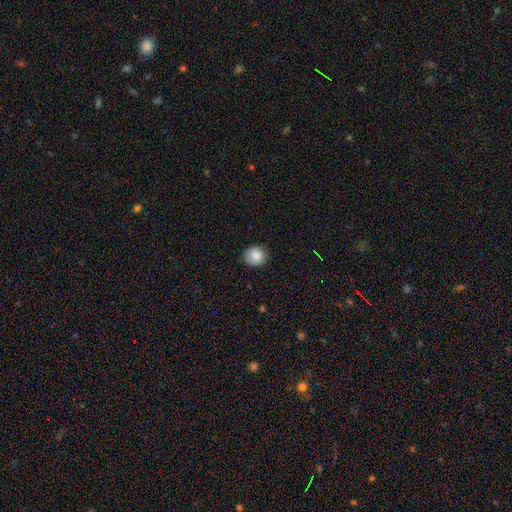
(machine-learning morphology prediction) Smooth or featured: smooth — 86% (star or artifact — 9%)
How rounded: round — 75% (in between — 24%)
Merging: none — 79% (minor disturbance — 17%)